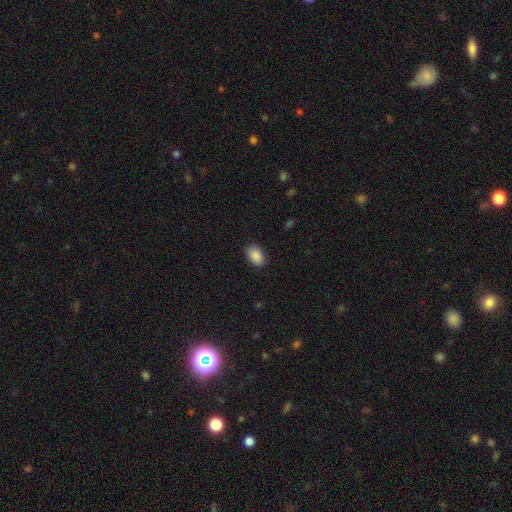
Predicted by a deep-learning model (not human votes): A smooth galaxy with no disk features (89%) that is in between round and cigar-shaped (89%). Merging: none (88%).